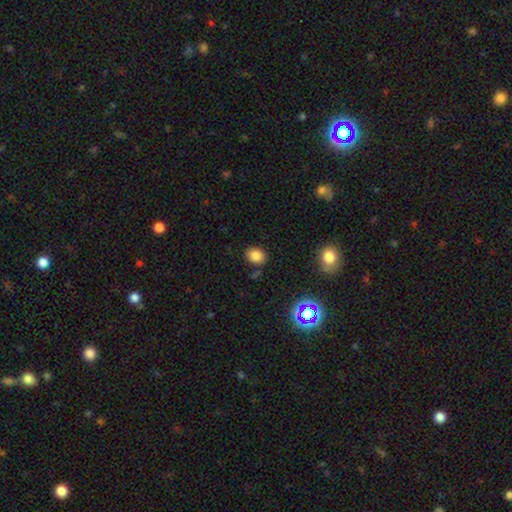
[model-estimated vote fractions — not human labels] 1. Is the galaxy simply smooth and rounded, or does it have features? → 82% smooth, 13% star or artifact, 6% featured or disk.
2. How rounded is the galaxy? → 58% in between, 41% round, 1% cigar-shaped.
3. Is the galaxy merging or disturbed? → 83% none, 11% minor disturbance, 3% merger, 3% major disturbance.